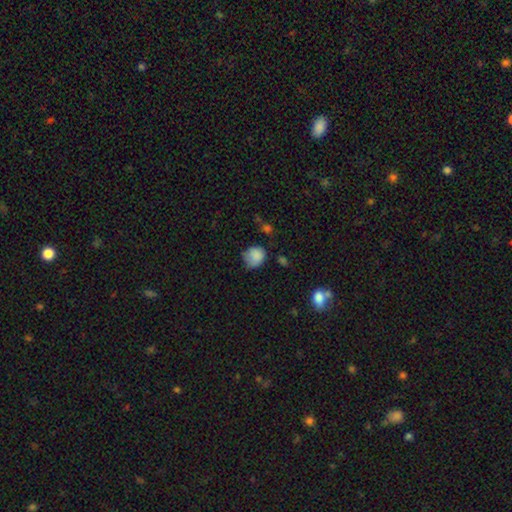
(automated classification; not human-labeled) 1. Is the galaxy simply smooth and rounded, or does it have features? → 83% smooth, 9% star or artifact, 8% featured or disk.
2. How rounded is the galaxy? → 76% round, 23% in between, 1% cigar-shaped.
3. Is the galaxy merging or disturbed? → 52% none, 35% minor disturbance, 10% major disturbance, 3% merger.